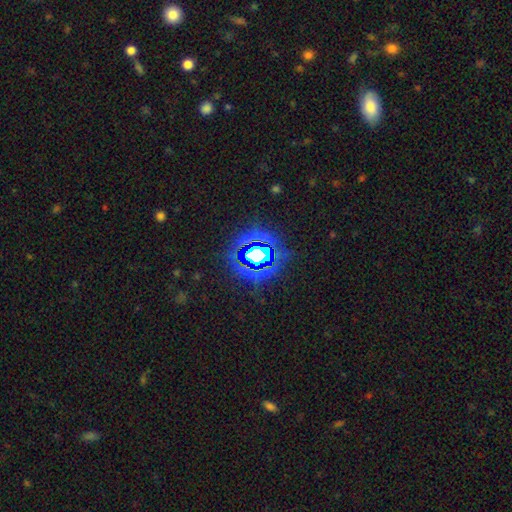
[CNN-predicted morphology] type=star or artifact (74%).